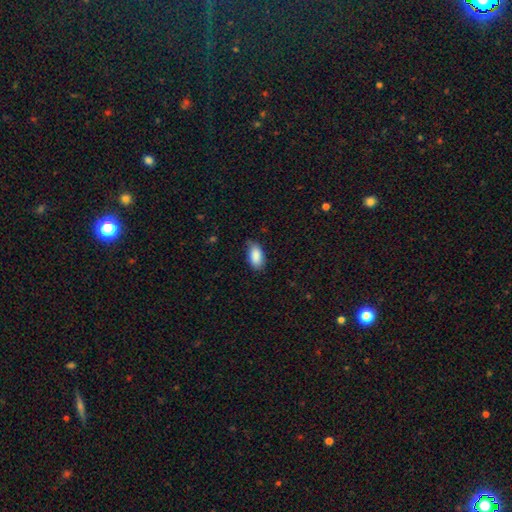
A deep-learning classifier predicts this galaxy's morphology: Smooth or featured? Predicted: smooth (p=0.89). How rounded? Predicted: in between (p=0.93). Merging? Predicted: none (p=0.75).